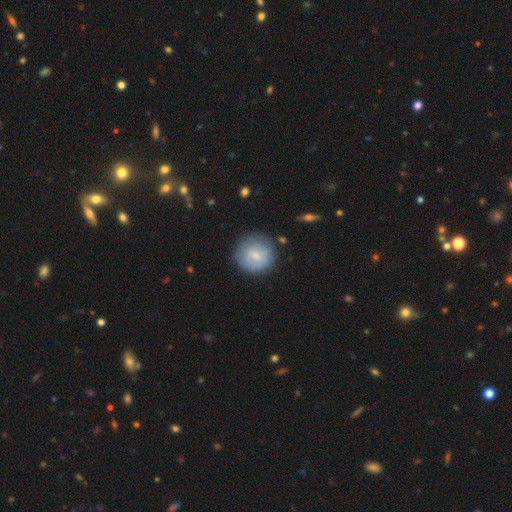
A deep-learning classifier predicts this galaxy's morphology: Smooth or featured? Predicted: smooth (p=0.65). How rounded? Predicted: round (p=0.92). Merging? Predicted: none (p=0.78).